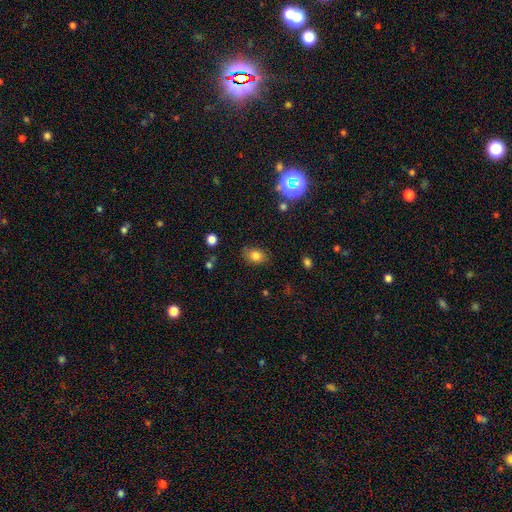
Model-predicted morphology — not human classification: smooth 78%, star or artifact 12%, featured or disk 10%. Down the decision tree: how rounded — in between (70%); merging — none (76%).